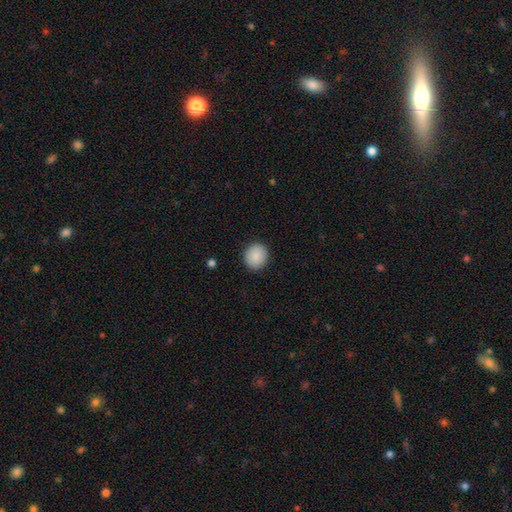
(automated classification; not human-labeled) Morphology: type=smooth (90%); roundness=round (87%); merging=none (91%).